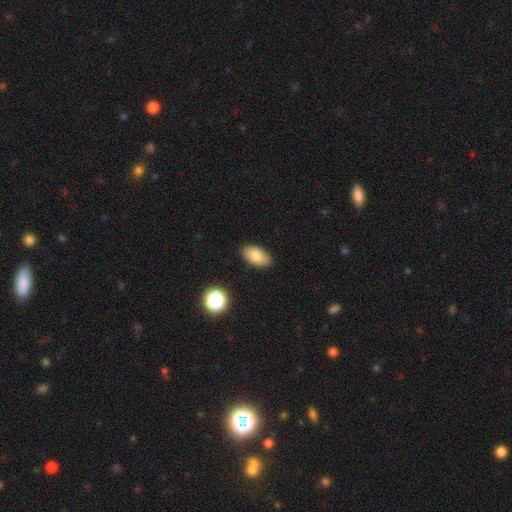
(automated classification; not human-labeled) smooth-or-featured: smooth: 80% | featured or disk: 12% | star or artifact: 9%
  how-rounded: in between: 93% | round: 5% | cigar-shaped: 2%
  merging: none: 88% | minor disturbance: 9% | major disturbance: 2% | merger: 1%